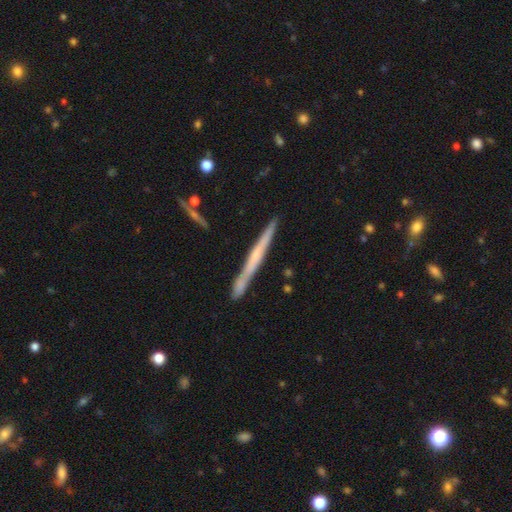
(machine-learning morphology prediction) This appears to be a featured or disk galaxy (61%) viewed edge-on (97%) with no central bulge (60%). Merging: none (83%).